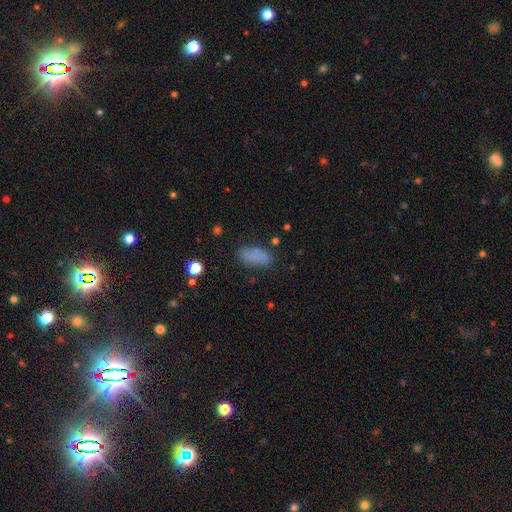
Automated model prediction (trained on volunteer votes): Smooth or featured? Predicted: smooth (p=0.74). How rounded? Predicted: in between (p=0.85). Merging? Predicted: none (p=0.66).